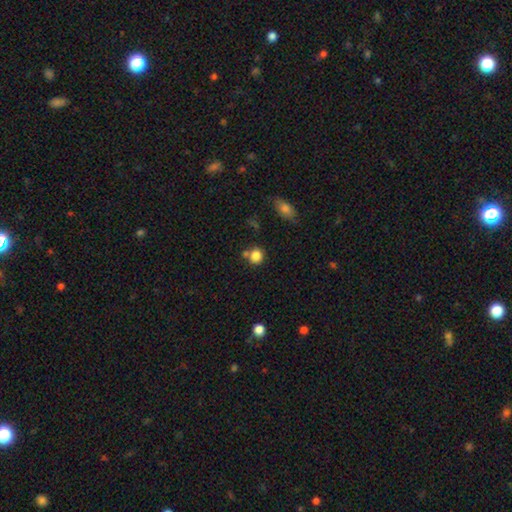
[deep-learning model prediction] This is clearly a smooth galaxy (83%). How rounded: clearly round (84%). Merging: likely none (64%).